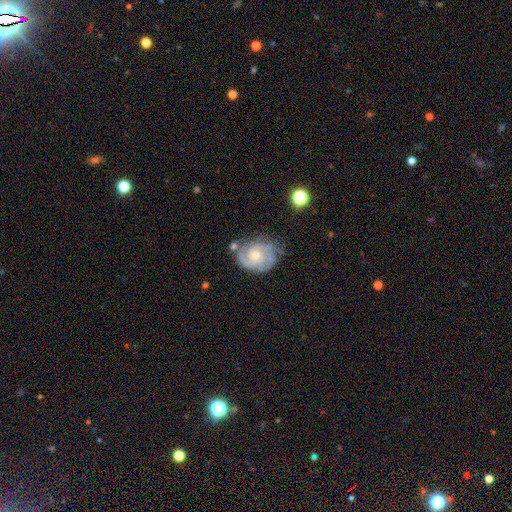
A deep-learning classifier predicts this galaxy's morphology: featured or disk 83%, smooth 12%, star or artifact 5%. Down the decision tree: edge-on disk — no (98%); bar — no (72%); spiral arms — yes (95%); spiral arm count — 2 (50%); spiral winding — tight (55%); bulge size — small (56%); merging — none (61%).